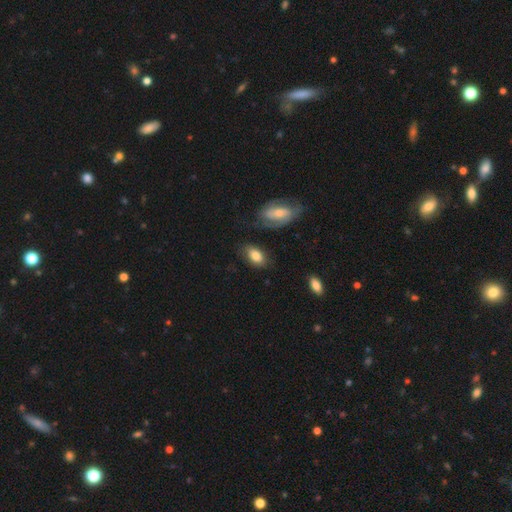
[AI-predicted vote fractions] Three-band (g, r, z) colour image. It shows a smooth galaxy with no disk features (77%) that is in between round and cigar-shaped (90%). Merging: none (68%).